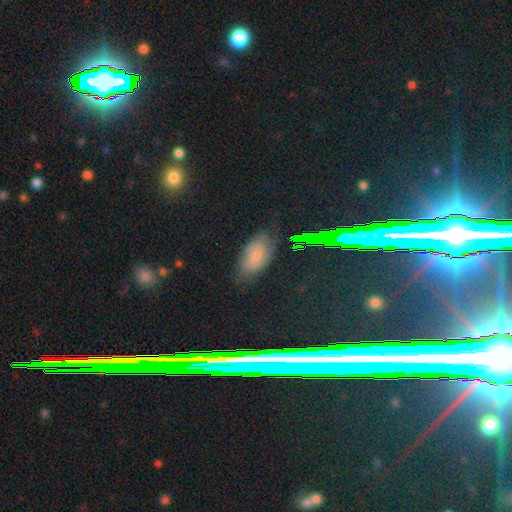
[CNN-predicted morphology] type=smooth (46%); merging=none (73%).